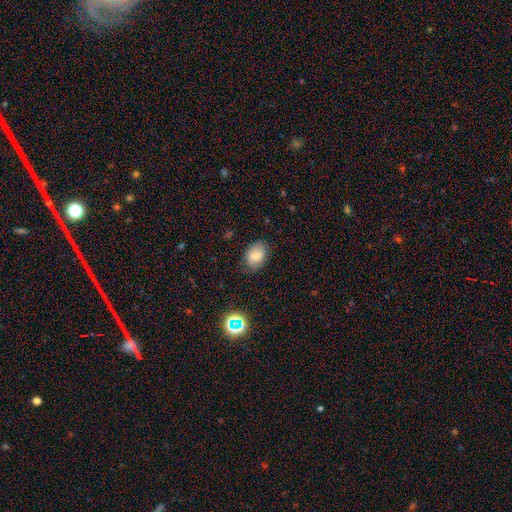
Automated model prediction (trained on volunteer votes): A smooth galaxy with no disk features (75%) that is in between round and cigar-shaped (77%). Merging: none (80%).